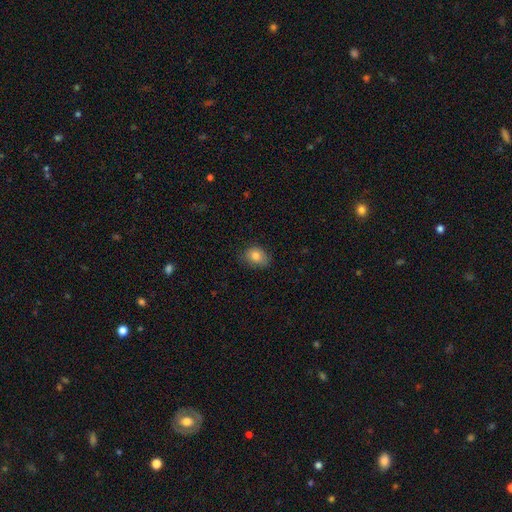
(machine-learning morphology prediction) Smooth or featured?
  - smooth: 82% *
  - star or artifact: 10%
  - featured or disk: 9%
How rounded?
  - in between: 57% *
  - round: 42%
  - cigar-shaped: 1%
Merging?
  - none: 75% *
  - minor disturbance: 20%
  - major disturbance: 4%
  - merger: 1%